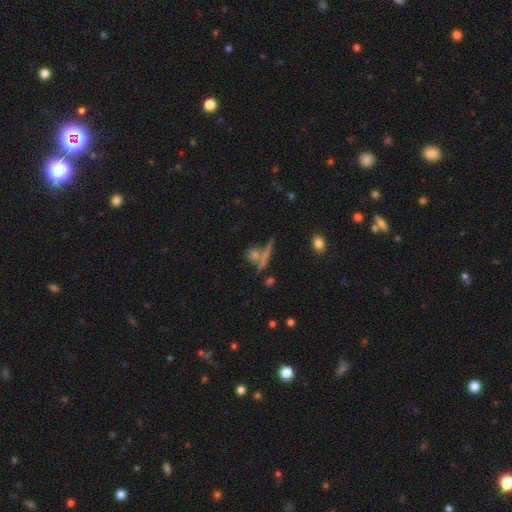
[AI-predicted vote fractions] Smooth or featured? Predicted: smooth (p=0.44). Merging? Predicted: none (p=0.58).